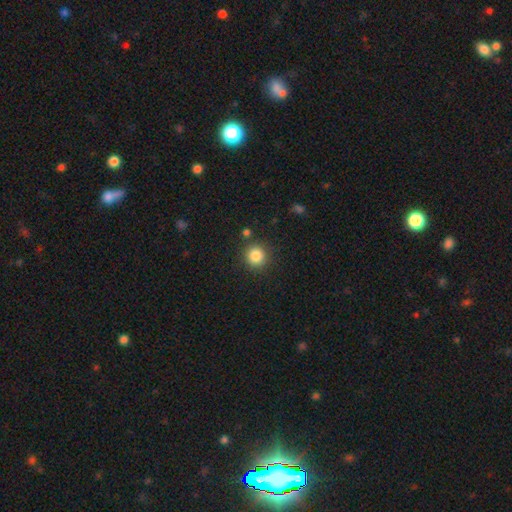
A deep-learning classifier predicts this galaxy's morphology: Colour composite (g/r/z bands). It shows a smooth galaxy with no disk features (85%) that is round (93%). Merging: none (86%).